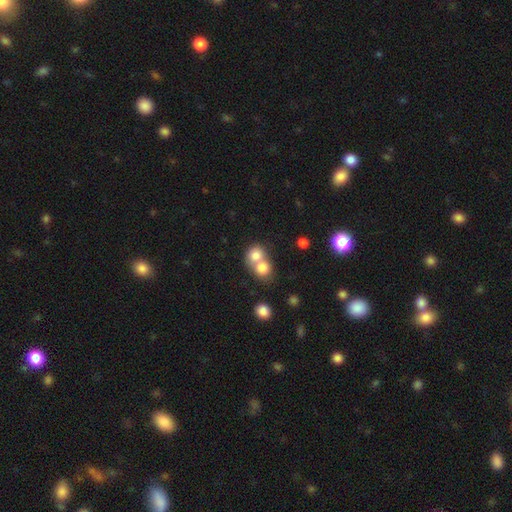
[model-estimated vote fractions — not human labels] smooth_or_featured: smooth (p=0.78) [alt: featured or disk p=0.12]
how_rounded: round (p=0.76) [alt: in between p=0.23]
merging: merger (p=0.67) [alt: none p=0.27]